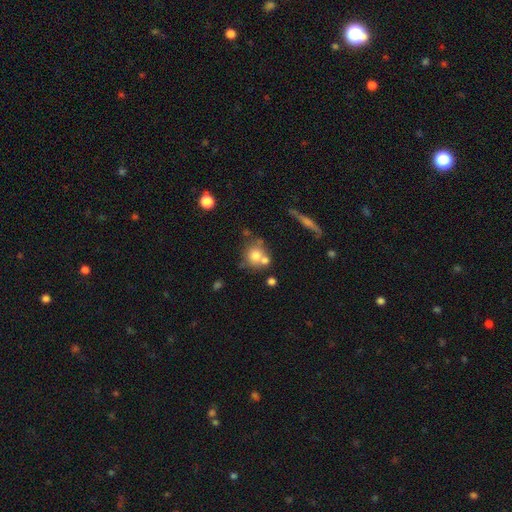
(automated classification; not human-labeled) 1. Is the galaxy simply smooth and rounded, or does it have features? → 72% smooth, 17% featured or disk, 12% star or artifact.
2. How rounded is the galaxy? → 83% round, 16% in between, 2% cigar-shaped.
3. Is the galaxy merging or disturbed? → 50% none, 33% merger, 11% minor disturbance, 5% major disturbance.